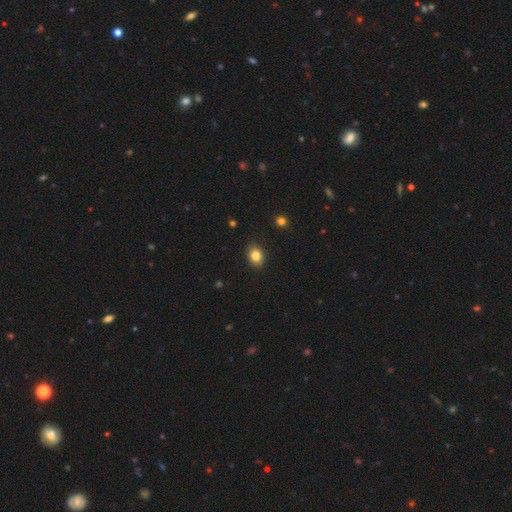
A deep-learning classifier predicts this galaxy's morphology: A smooth galaxy with no disk features (83%) that is in between round and cigar-shaped (64%). Merging: none (89%).